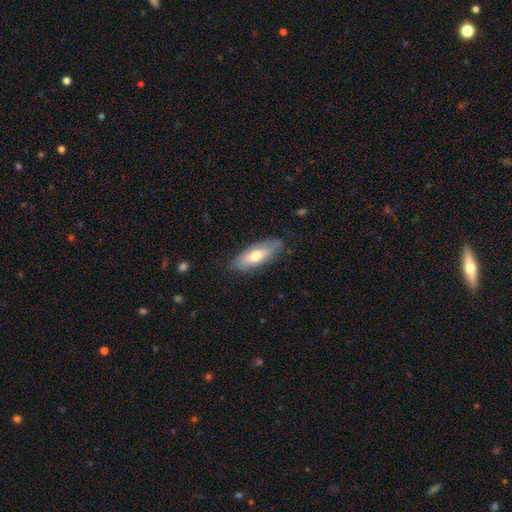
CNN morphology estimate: The model was most divided on "smooth or featured": smooth: 62%, featured or disk: 33%, star or artifact: 6%. More confident: merging — none (78%); how rounded — in between (66%).